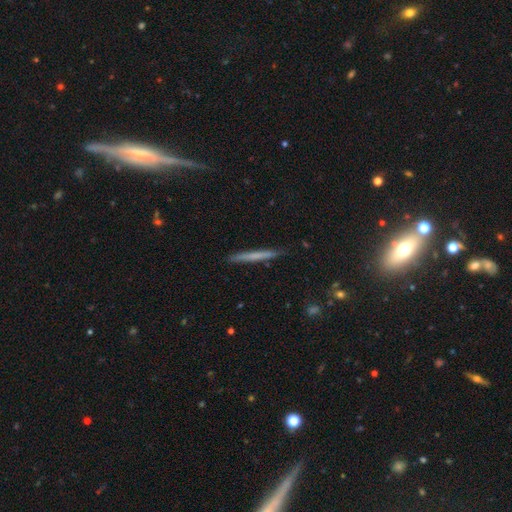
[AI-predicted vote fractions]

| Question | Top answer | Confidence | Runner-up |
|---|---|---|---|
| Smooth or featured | smooth | 57% | featured or disk (36%) |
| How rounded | cigar-shaped | 97% | in between (2%) |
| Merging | none | 89% | minor disturbance (8%) |